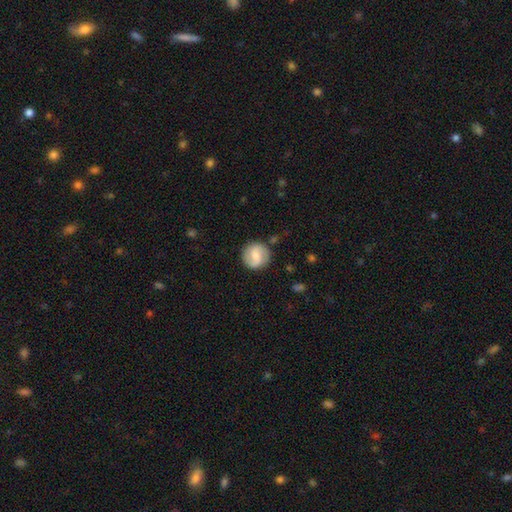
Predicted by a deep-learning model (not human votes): The model was most divided on "bulge size": moderate: 49%, small: 33%, none: 9%, large: 7%, dominant: 2%. More confident: edge-on disk — no (98%); spiral arms — yes (89%); merging — none (85%); smooth or featured — featured or disk (55%); bar — weak (53%).